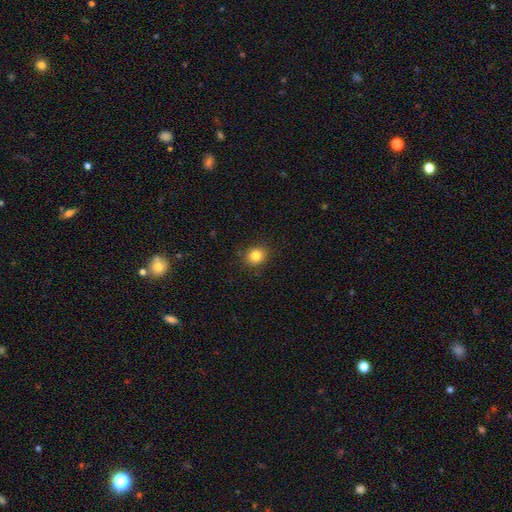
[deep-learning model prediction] This is clearly a smooth galaxy (84%). How rounded: likely round (74%). Merging: clearly none (87%).